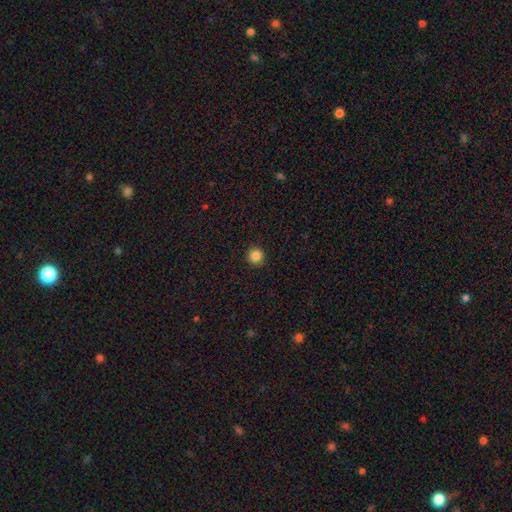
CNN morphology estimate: smooth 85%, star or artifact 11%, featured or disk 4%. Down the decision tree: how rounded — round (95%); merging — none (92%).